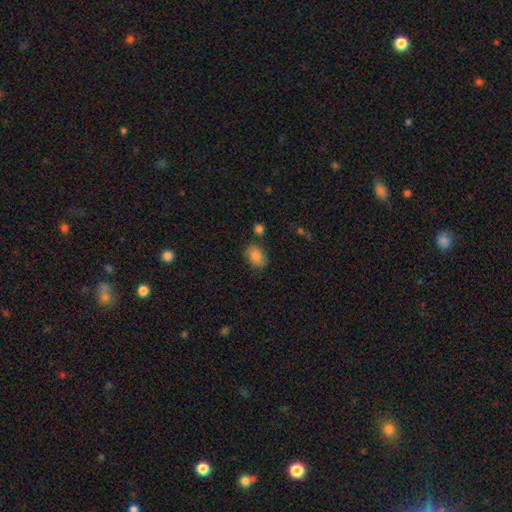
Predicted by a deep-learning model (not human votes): smooth_or_featured: smooth (p=0.82) [alt: featured or disk p=0.10]
how_rounded: in between (p=0.73) [alt: round p=0.26]
merging: none (p=0.72) [alt: minor disturbance p=0.18]